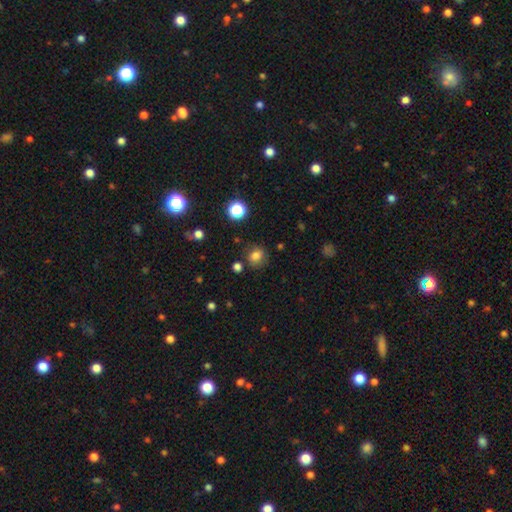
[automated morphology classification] smooth 78%, star or artifact 15%, featured or disk 7%. Down the decision tree: how rounded — round (67%); merging — none (79%).